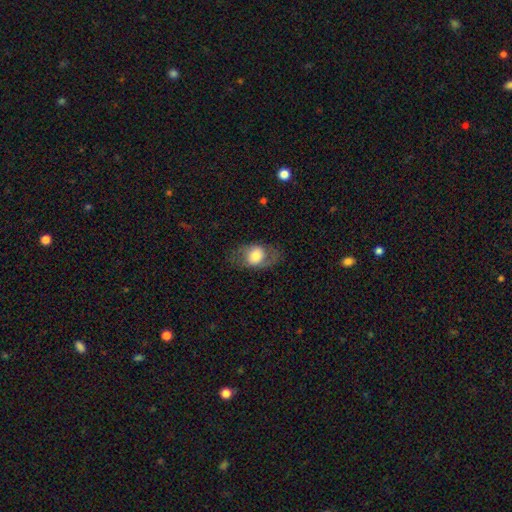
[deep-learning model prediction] smooth 55%, featured or disk 37%, star or artifact 8%. Down the decision tree: how rounded — in between (67%); merging — none (71%).